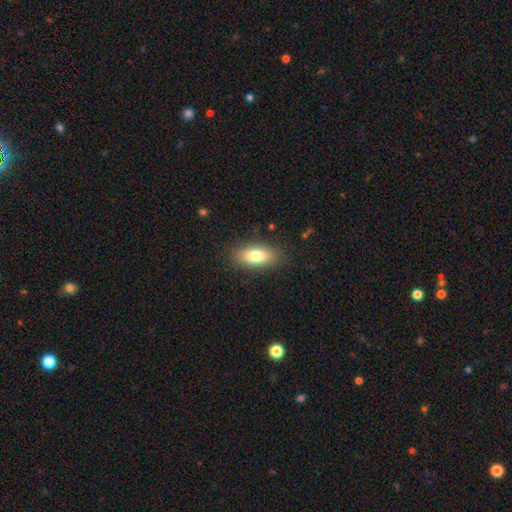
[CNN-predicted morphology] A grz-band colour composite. It shows a smooth galaxy with no disk features (80%) that is in between round and cigar-shaped (86%). Merging: none (86%).